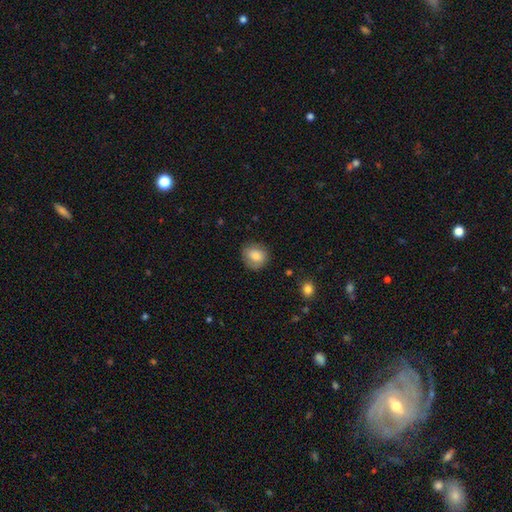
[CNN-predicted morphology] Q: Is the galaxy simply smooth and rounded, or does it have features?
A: smooth — 80%.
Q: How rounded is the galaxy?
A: round — 75%.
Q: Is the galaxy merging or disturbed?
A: none — 78%.